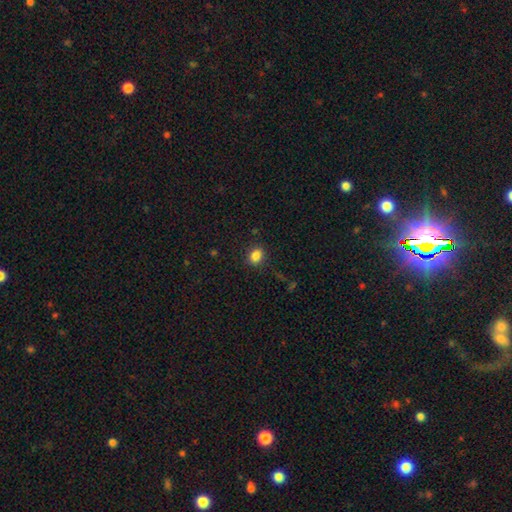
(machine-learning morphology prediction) Smooth or featured? Predicted: smooth (p=0.85). How rounded? Predicted: in between (p=0.54). Merging? Predicted: none (p=0.87).